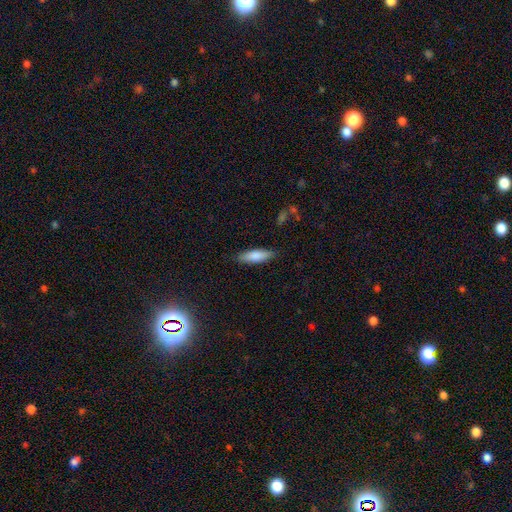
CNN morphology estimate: Smooth or featured?
  - smooth: 81% *
  - featured or disk: 13%
  - star or artifact: 6%
How rounded?
  - cigar-shaped: 52% *
  - in between: 46%
  - round: 2%
Merging?
  - none: 86% *
  - minor disturbance: 11%
  - major disturbance: 2%
  - merger: 1%